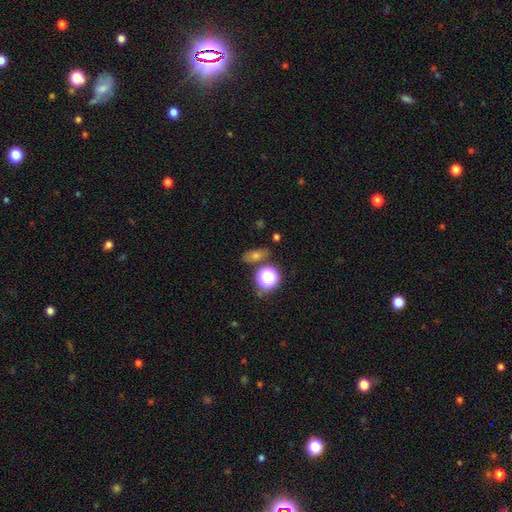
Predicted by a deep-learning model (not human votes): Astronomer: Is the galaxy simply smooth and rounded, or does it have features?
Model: smooth — 53% (runner-up: star or artifact, 31%).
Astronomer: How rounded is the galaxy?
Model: in between — 57% (runner-up: round, 34%).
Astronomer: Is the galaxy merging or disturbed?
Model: none — 79%.